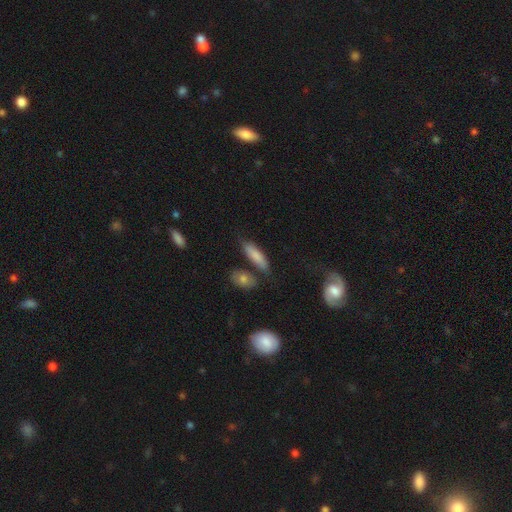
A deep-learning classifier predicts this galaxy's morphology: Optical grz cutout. It shows a smooth galaxy with no disk features (79%) that is cigar-shaped (52%). Merging: none (67%).